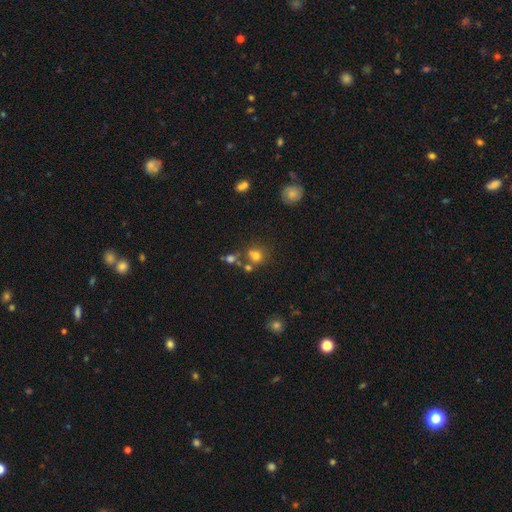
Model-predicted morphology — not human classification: Q: Smooth or featured?
A: smooth (71%); runner-up: star or artifact (17%)
Q: How rounded?
A: round (78%); runner-up: in between (21%)
Q: Merging?
A: none (55%); runner-up: merger (28%)